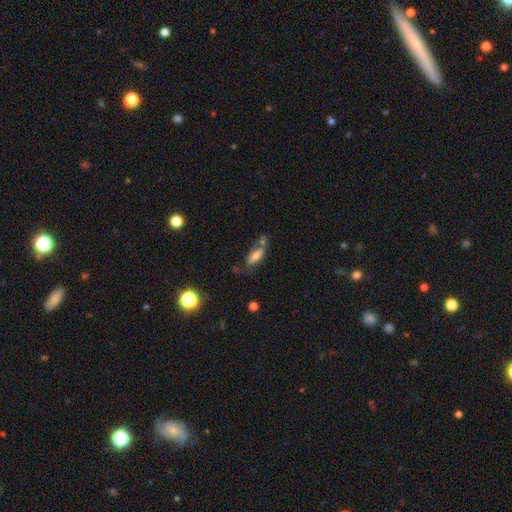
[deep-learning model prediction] smooth-or-featured: smooth: 56% | featured or disk: 35% | star or artifact: 9%
  how-rounded: in between: 66% | cigar-shaped: 31% | round: 3%
  merging: none: 45% | minor disturbance: 23% | merger: 18% | major disturbance: 14%